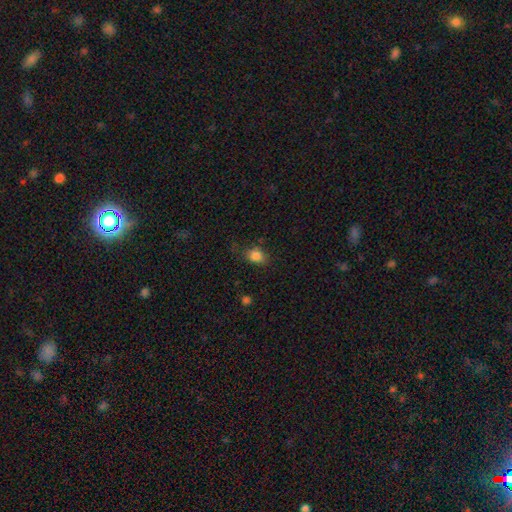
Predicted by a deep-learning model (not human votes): Overall: smooth (84%). How rounded: in between (52%; round 47%). Merging: none (73%).